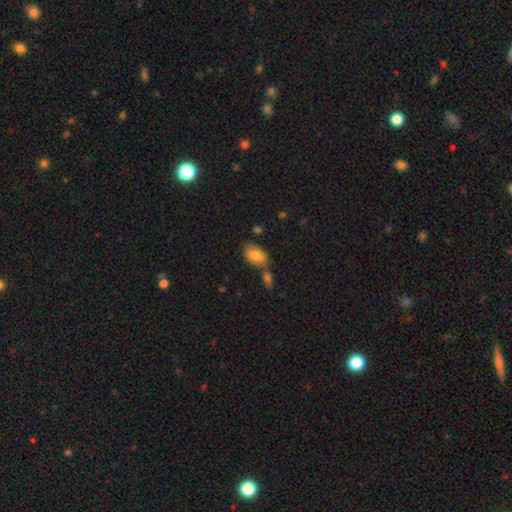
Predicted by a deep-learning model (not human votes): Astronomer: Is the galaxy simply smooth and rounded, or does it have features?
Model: smooth — 80%.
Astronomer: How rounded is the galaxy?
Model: in between — 91%.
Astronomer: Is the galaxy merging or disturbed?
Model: none — 49% (runner-up: merger, 30%).